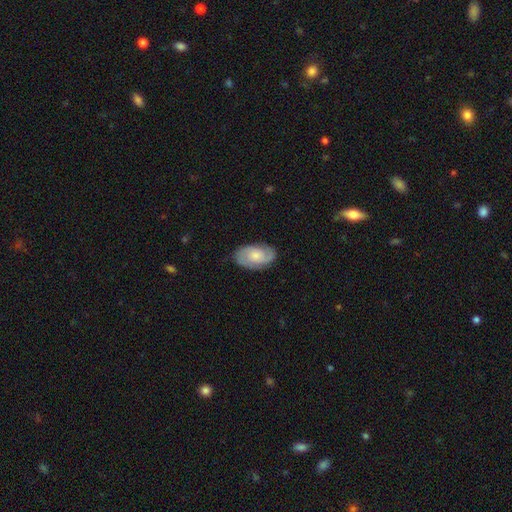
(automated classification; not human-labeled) Overall: featured or disk (57%; smooth 37%). Edge-on disk: no (96%). Bar: no (72%). Spiral arms: yes (90%). Bulge size: moderate (41%; small 40%). Merging: none (80%).